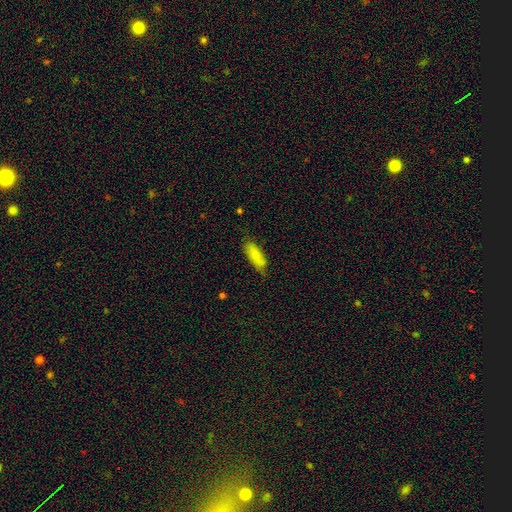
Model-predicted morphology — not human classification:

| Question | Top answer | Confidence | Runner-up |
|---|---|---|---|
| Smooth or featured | smooth | 80% | featured or disk (14%) |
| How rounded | in between | 65% | cigar-shaped (33%) |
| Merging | none | 73% | minor disturbance (22%) |